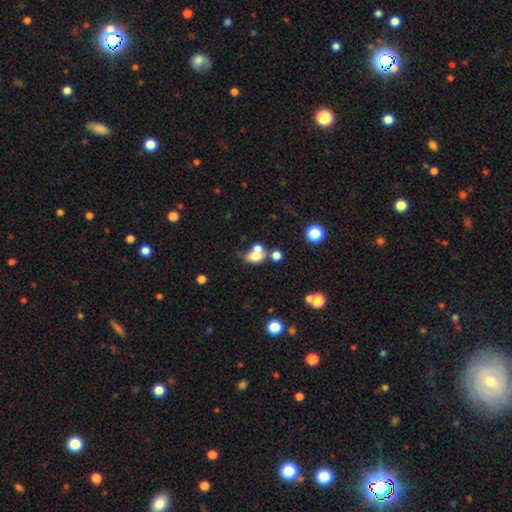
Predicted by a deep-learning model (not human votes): smooth-or-featured: smooth: 69% | featured or disk: 18% | star or artifact: 13%
  how-rounded: in between: 66% | round: 32% | cigar-shaped: 2%
  merging: merger: 51% | none: 27% | minor disturbance: 13% | major disturbance: 9%